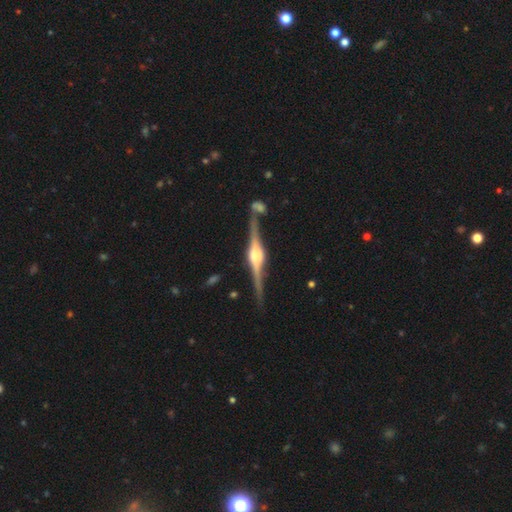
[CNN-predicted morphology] Smooth or featured? Predicted: featured or disk (p=0.90). Edge-on disk? Predicted: yes (p=0.98). Edge-on bulge? Predicted: rounded (p=0.87). Merging? Predicted: none (p=0.81).